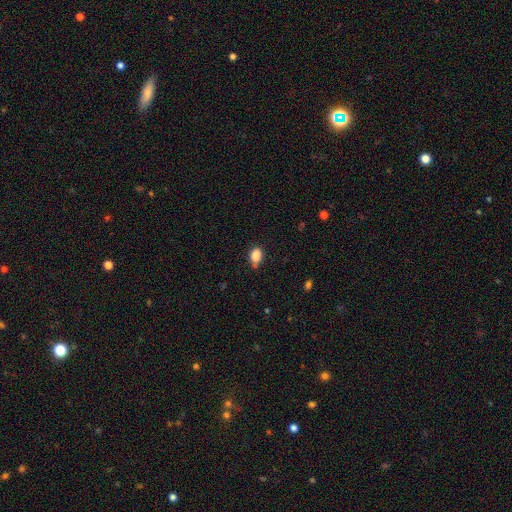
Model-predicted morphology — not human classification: smooth_or_featured: smooth (p=0.86) [alt: star or artifact p=0.10]
how_rounded: in between (p=0.72) [alt: round p=0.27]
merging: none (p=0.64) [alt: minor disturbance p=0.25]